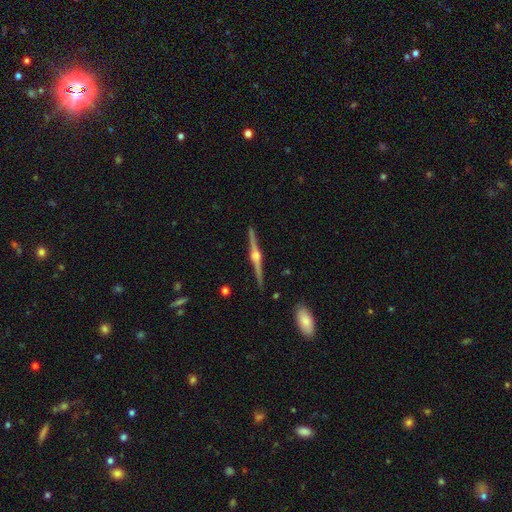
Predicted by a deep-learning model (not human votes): This is clearly a featured or disk galaxy (88%). It is clearly viewed edge-on (99%). Edge-on bulge: clearly rounded (94%). Merging: clearly none (92%).